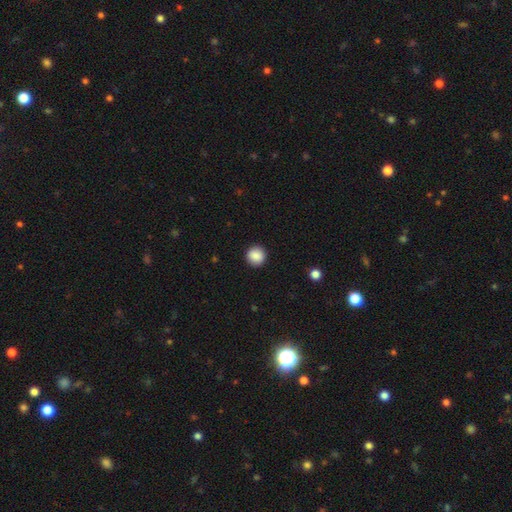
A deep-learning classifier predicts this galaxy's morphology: Smooth or featured? smooth (88%)
How rounded? round (93%)
Merging? none (92%)